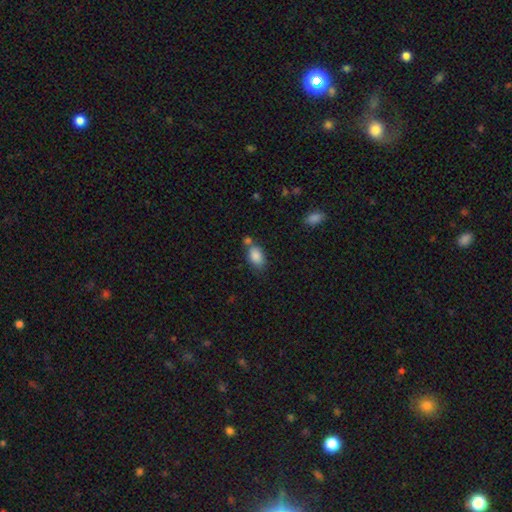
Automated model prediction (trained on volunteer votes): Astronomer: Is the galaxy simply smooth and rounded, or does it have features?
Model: smooth — 86%.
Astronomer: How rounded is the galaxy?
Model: in between — 87%.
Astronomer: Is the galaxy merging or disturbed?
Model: none — 55%.